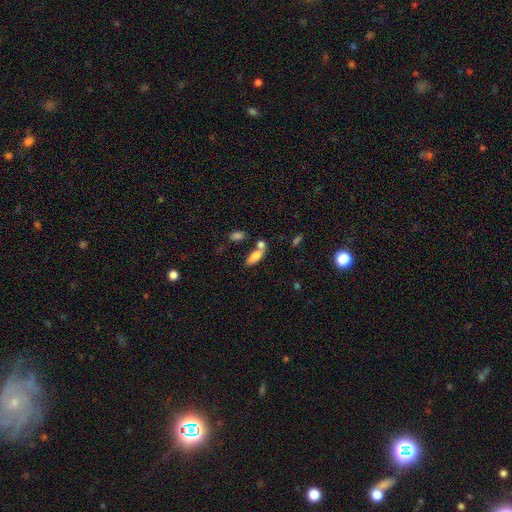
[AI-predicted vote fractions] Smooth or featured? Predicted: smooth (p=0.75). How rounded? Predicted: in between (p=0.76). Merging? Predicted: none (p=0.44).